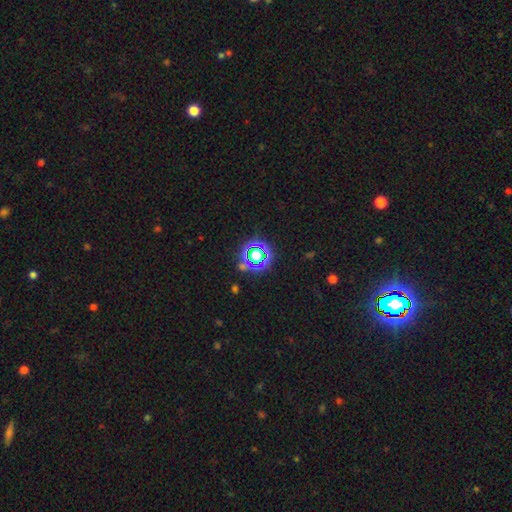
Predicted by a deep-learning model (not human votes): Overall: star or artifact (71%).